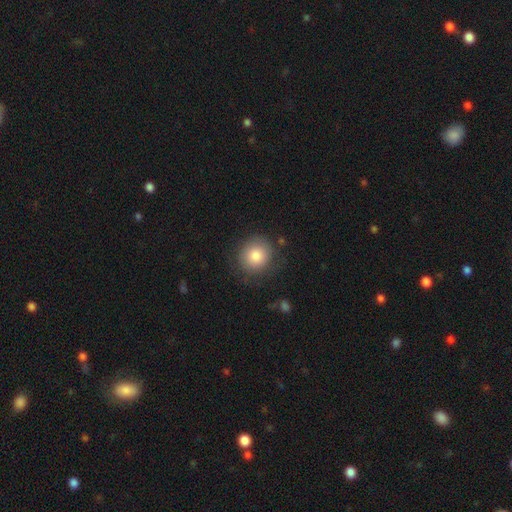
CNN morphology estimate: This appears to be a smooth galaxy with no disk features (82%) that is round (90%). Merging: none (80%).